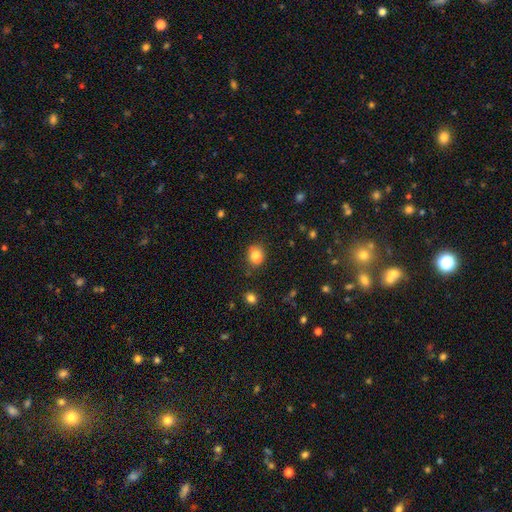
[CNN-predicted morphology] Overall: smooth (83%). How rounded: round (71%). Merging: none (83%).